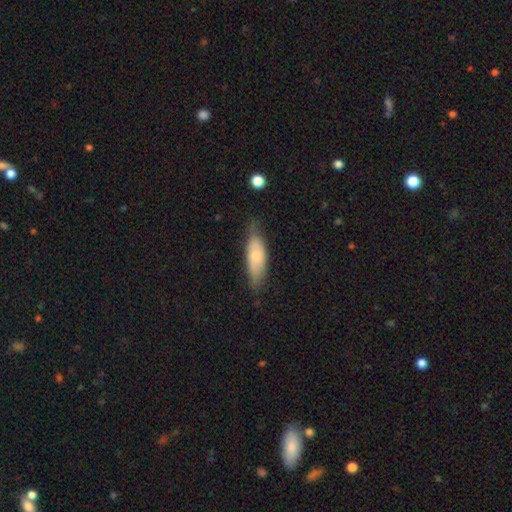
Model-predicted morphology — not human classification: This is likely a smooth galaxy (66%). How rounded: possibly in between (56%). Merging: likely none (70%).